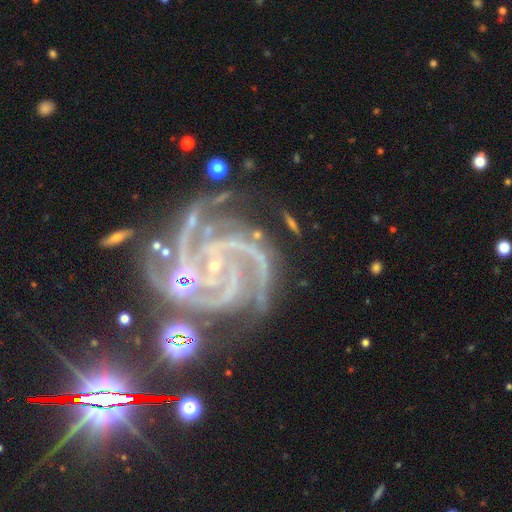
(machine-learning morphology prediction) featured or disk 90%, star or artifact 7%, smooth 3%. Down the decision tree: edge-on disk — no (98%); bar — no (52%); spiral arms — yes (99%); spiral arm count — 3 (38%); spiral winding — tight (49%); bulge size — small (83%); merging — none (53%).